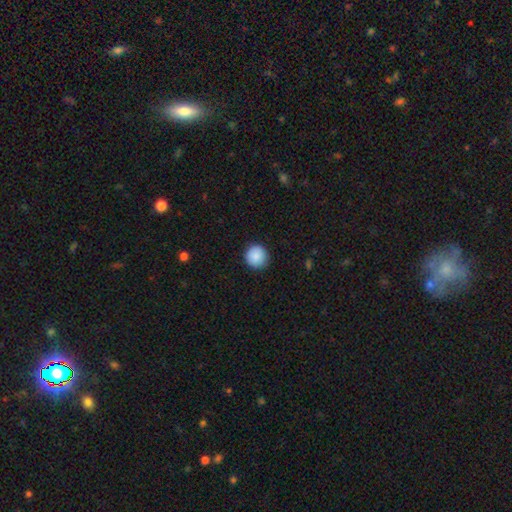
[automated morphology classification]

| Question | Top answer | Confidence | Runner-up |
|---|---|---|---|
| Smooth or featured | smooth | 88% | star or artifact (8%) |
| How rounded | round | 95% | in between (4%) |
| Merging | none | 90% | minor disturbance (8%) |